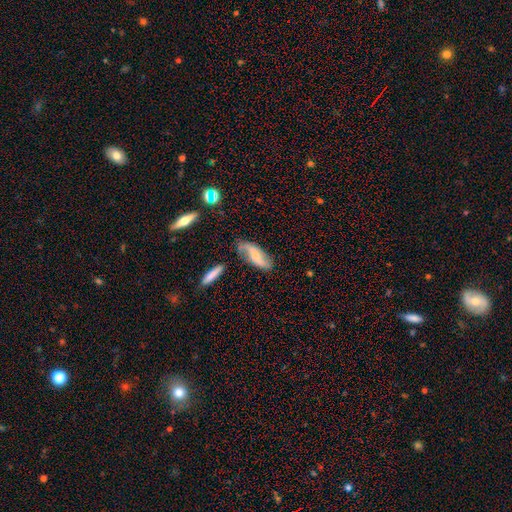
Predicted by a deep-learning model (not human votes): Smooth or featured: featured or disk — 59% (smooth — 34%)
Edge-on disk: no — 87% (yes — 13%)
Bar: weak — 39% (no — 38%)
Spiral arms: yes — 88% (no — 12%)
Bulge size: small — 51% (moderate — 31%)
Merging: none — 68% (minor disturbance — 21%)